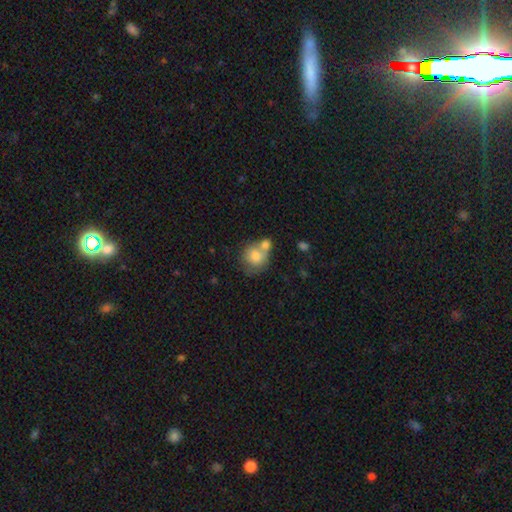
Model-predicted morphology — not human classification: The model was most divided on "merging": merger: 52%, none: 31%, minor disturbance: 12%, major disturbance: 5%. More confident: how rounded — round (76%); smooth or featured — smooth (76%).